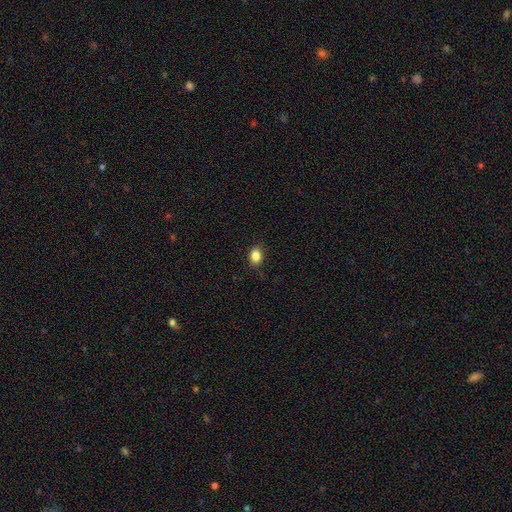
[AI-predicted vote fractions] Smooth or featured? smooth (86%)
How rounded? in between (70%)
Merging? none (87%)